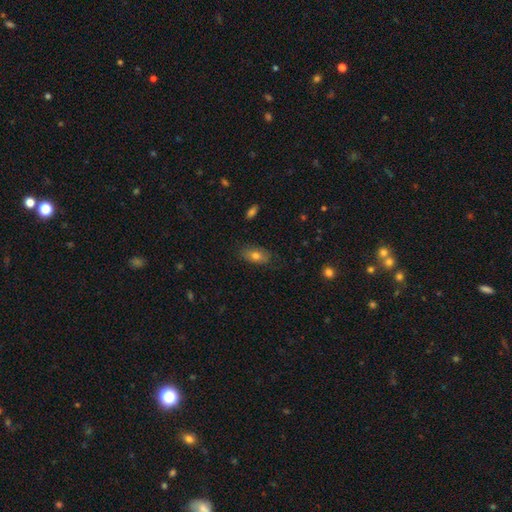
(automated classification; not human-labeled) Morphology: type=smooth (71%); roundness=in between (87%); merging=none (81%).